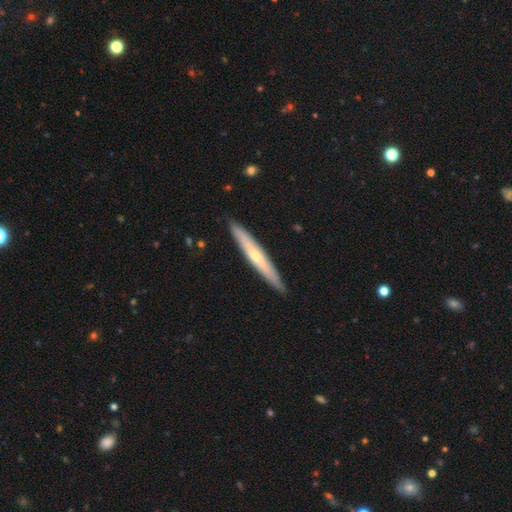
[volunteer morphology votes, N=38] smooth_or_featured: smooth (p=0.47) [alt: featured or disk p=0.45]
how_rounded: cigar-shaped (p=1.00)
merging: none (p=0.86) [alt: minor disturbance p=0.11]